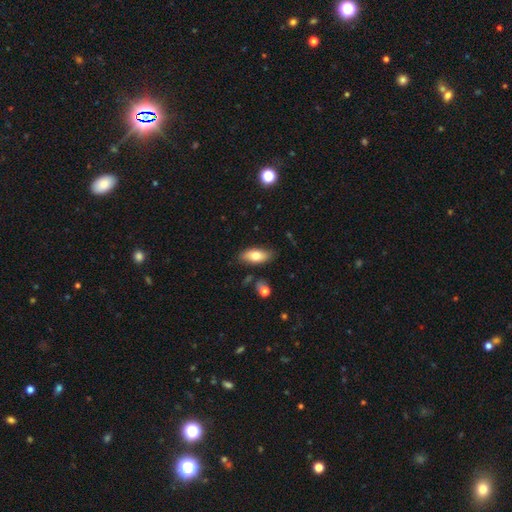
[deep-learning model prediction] A smooth galaxy with no disk features (74%) that is in between round and cigar-shaped (87%).

Vote fractions:
- Smooth or featured? smooth: 74% / featured or disk: 19% / star or artifact: 7%
- How rounded? in between: 87% / cigar-shaped: 11% / round: 3%
- Merging? none: 81% / minor disturbance: 14% / merger: 3% / major disturbance: 3%